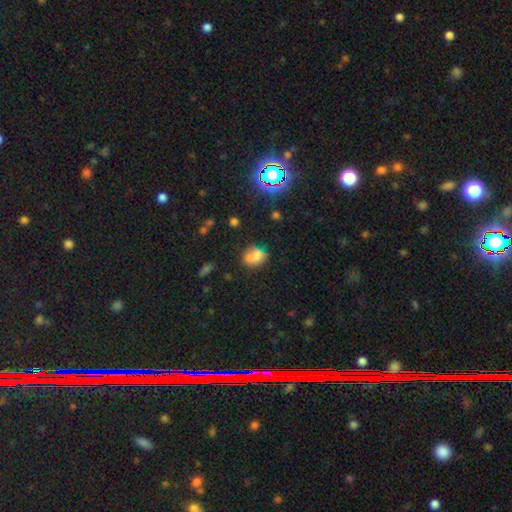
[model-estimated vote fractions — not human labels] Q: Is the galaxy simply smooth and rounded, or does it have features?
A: smooth — 66%.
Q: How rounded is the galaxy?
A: round — 53%.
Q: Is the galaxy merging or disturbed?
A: none — 49%.